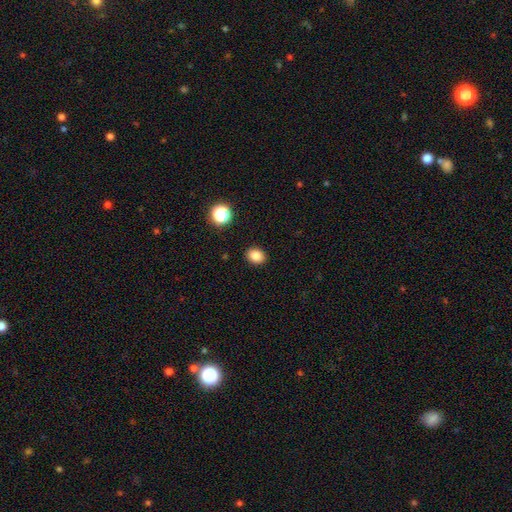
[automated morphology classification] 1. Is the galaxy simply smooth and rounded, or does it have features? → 85% smooth, 11% star or artifact, 4% featured or disk.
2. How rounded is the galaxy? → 52% in between, 48% round, 1% cigar-shaped.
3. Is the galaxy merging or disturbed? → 90% none, 7% minor disturbance, 2% major disturbance, 1% merger.